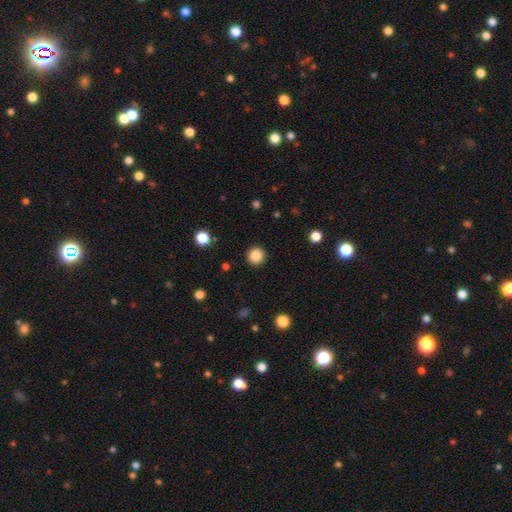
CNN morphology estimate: smooth_or_featured: smooth (p=0.85) [alt: star or artifact p=0.11]
how_rounded: round (p=0.95) [alt: in between p=0.04]
merging: none (p=0.92) [alt: minor disturbance p=0.05]